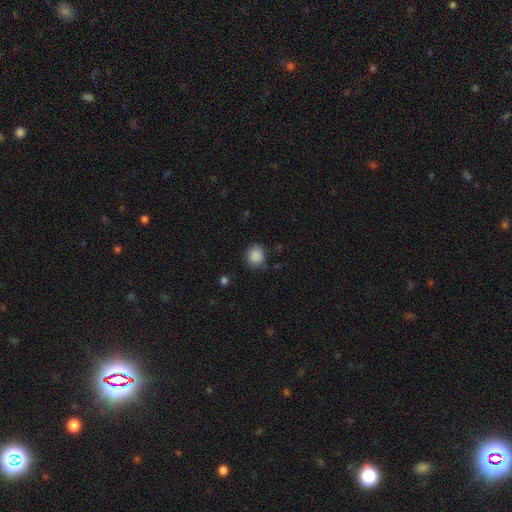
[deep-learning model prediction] The model was most divided on "how rounded": round: 81%, in between: 18%, cigar-shaped: 1%. More confident: smooth or featured — smooth (88%); merging — none (81%).